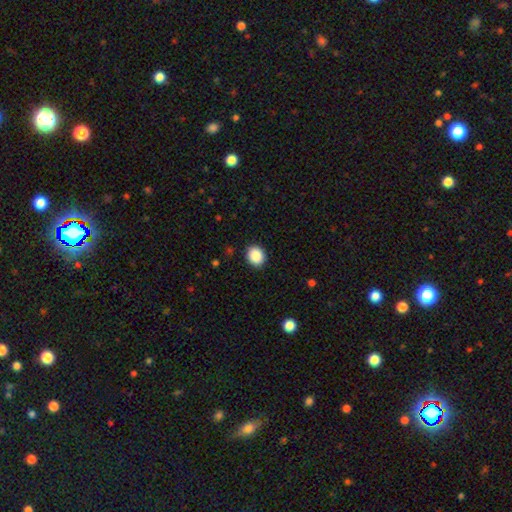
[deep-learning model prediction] smooth 89%, star or artifact 8%, featured or disk 3%. Down the decision tree: how rounded — round (69%); merging — none (91%).